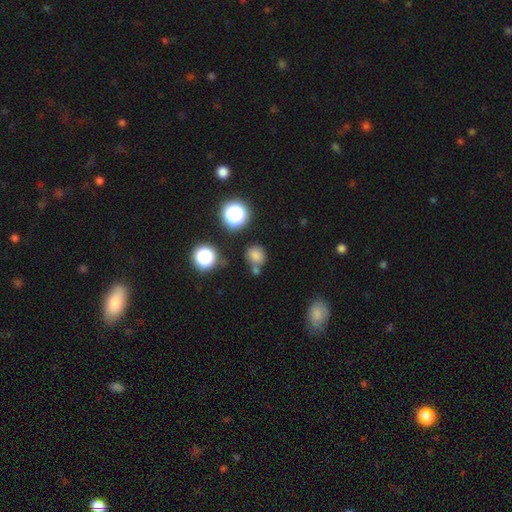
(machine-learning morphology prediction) Smooth or featured? Predicted: smooth (p=0.75). How rounded? Predicted: round (p=0.80). Merging? Predicted: none (p=0.64).